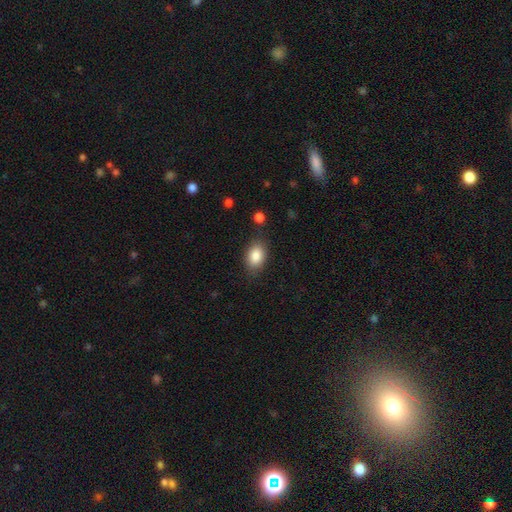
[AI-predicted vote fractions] Q: Smooth or featured?
A: smooth (86%); runner-up: star or artifact (7%)
Q: How rounded?
A: in between (86%); runner-up: round (12%)
Q: Merging?
A: none (80%); runner-up: minor disturbance (14%)